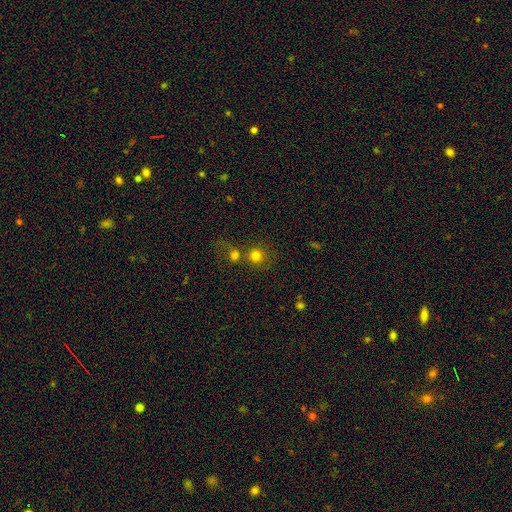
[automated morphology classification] Smooth or featured?
  - smooth: 76% *
  - star or artifact: 14%
  - featured or disk: 9%
How rounded?
  - round: 90% *
  - in between: 9%
  - cigar-shaped: 1%
Merging?
  - none: 51% *
  - merger: 36%
  - minor disturbance: 7%
  - major disturbance: 5%